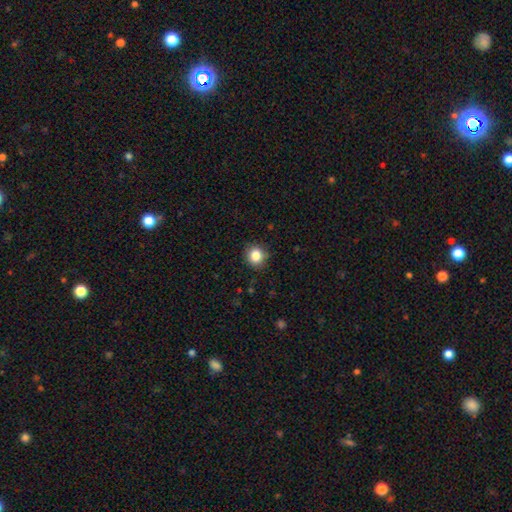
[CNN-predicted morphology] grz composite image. It shows a smooth galaxy with no disk features (84%) that is round (81%). Merging: none (87%).